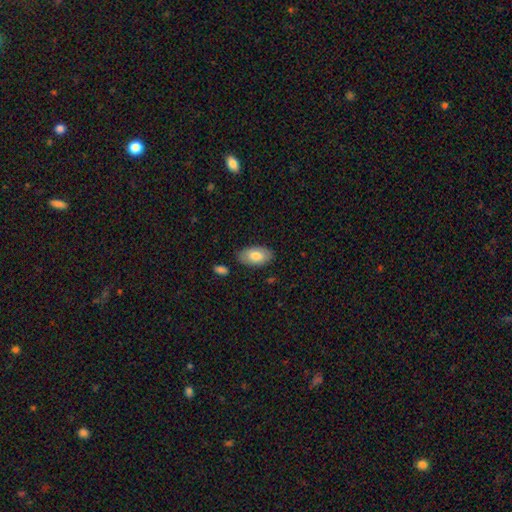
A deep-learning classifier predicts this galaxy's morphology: A smooth galaxy with no disk features (79%) that is in between round and cigar-shaped (95%). Merging: none (83%).